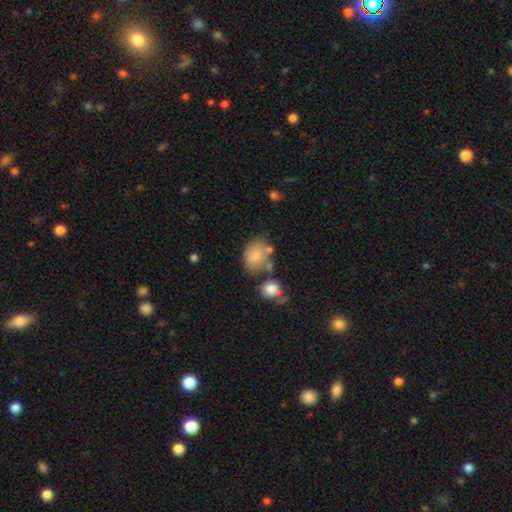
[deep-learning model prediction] Morphology: type=smooth (78%); roundness=in between (61%); merging=none (52%).